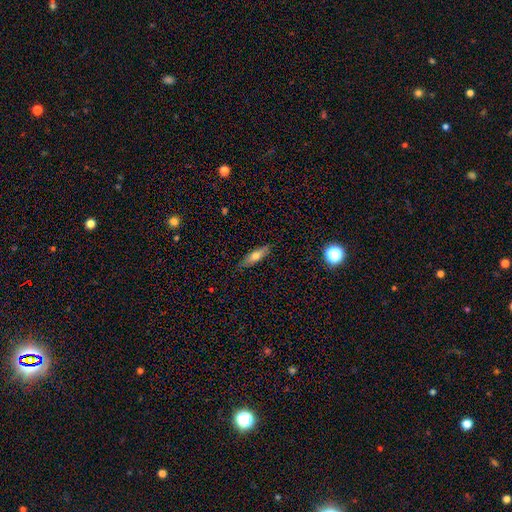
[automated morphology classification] This is possibly a smooth galaxy (58%). How rounded: possibly cigar-shaped (55%). Merging: clearly none (84%).